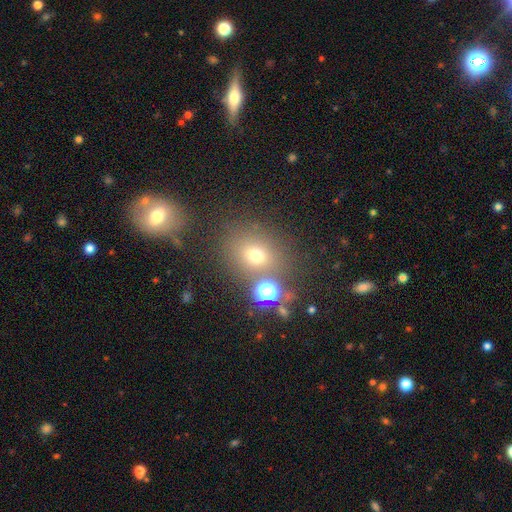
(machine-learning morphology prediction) Smooth or featured?
  - smooth: 66% *
  - star or artifact: 22%
  - featured or disk: 12%
How rounded?
  - round: 66% *
  - in between: 32%
  - cigar-shaped: 1%
Merging?
  - none: 69% *
  - merger: 13%
  - minor disturbance: 12%
  - major disturbance: 6%